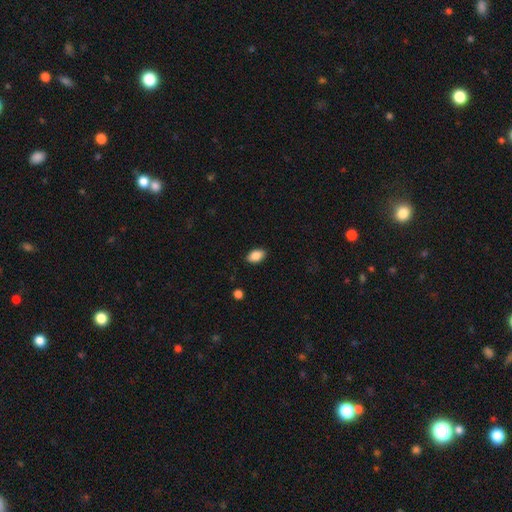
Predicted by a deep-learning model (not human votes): This is clearly a smooth galaxy (86%). How rounded: clearly in between (90%). Merging: clearly none (88%).